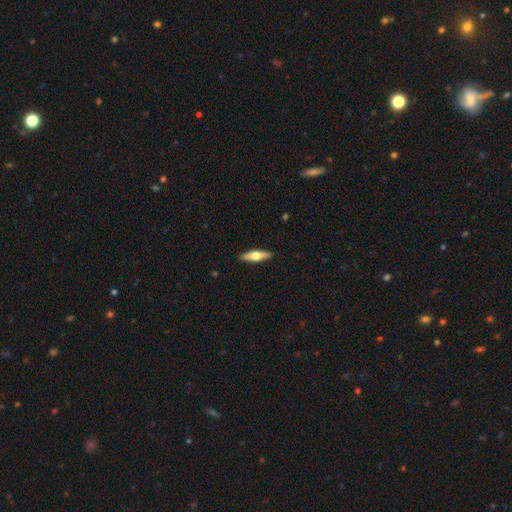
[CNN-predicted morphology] Overall: smooth (49%; featured or disk 46%). Merging: none (91%).